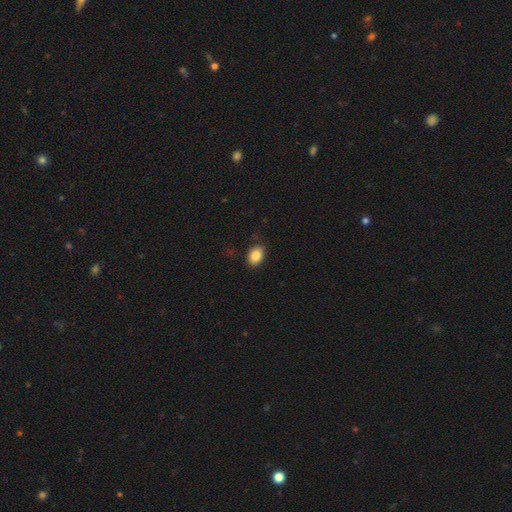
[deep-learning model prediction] Q: Smooth or featured?
A: smooth (88%); runner-up: star or artifact (9%)
Q: How rounded?
A: in between (76%); runner-up: round (23%)
Q: Merging?
A: none (77%); runner-up: minor disturbance (18%)